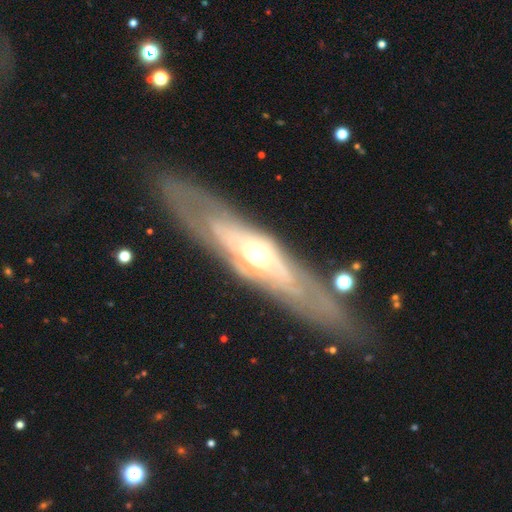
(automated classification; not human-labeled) This is likely a featured or disk galaxy (79%). It is possibly not viewed edge-on (57%). Merging: likely none (79%).